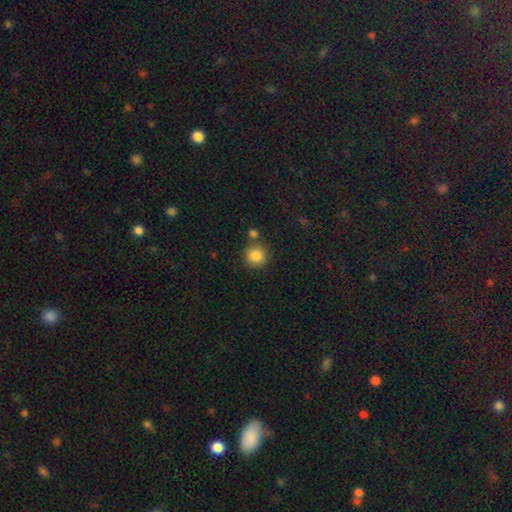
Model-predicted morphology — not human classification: Smooth or featured? smooth (85%)
How rounded? round (92%)
Merging? none (77%)